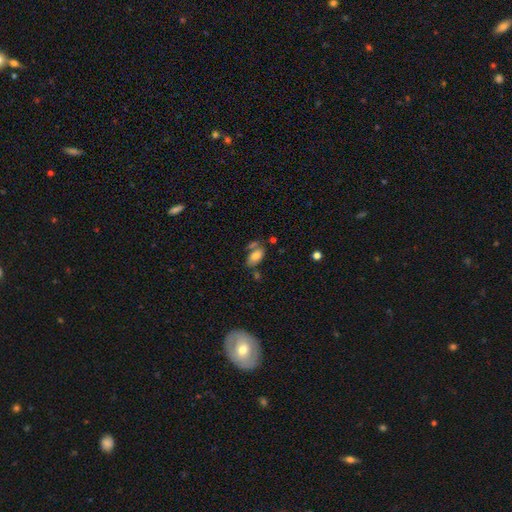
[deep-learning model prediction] smooth-or-featured: smooth: 78% | featured or disk: 13% | star or artifact: 9%
  how-rounded: in between: 92% | round: 4% | cigar-shaped: 4%
  merging: none: 49% | merger: 25% | minor disturbance: 18% | major disturbance: 8%